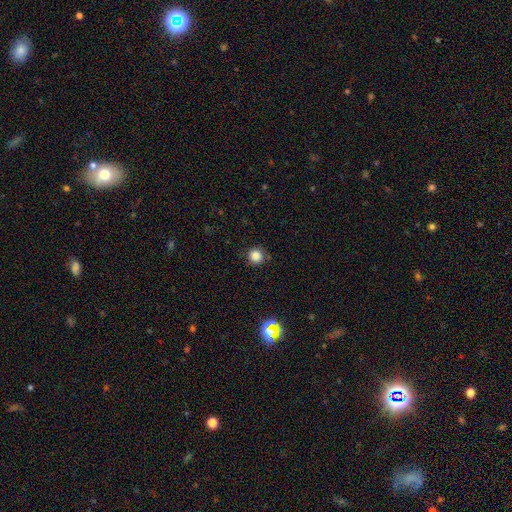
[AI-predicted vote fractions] Smooth or featured: smooth — 83% (star or artifact — 13%)
How rounded: round — 94% (in between — 5%)
Merging: none — 88% (minor disturbance — 8%)